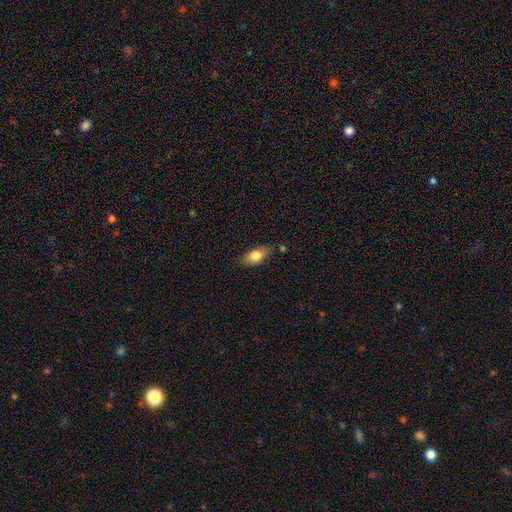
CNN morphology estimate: A smooth galaxy with no disk features (76%) that is in between round and cigar-shaped (85%). Merging: none (77%).